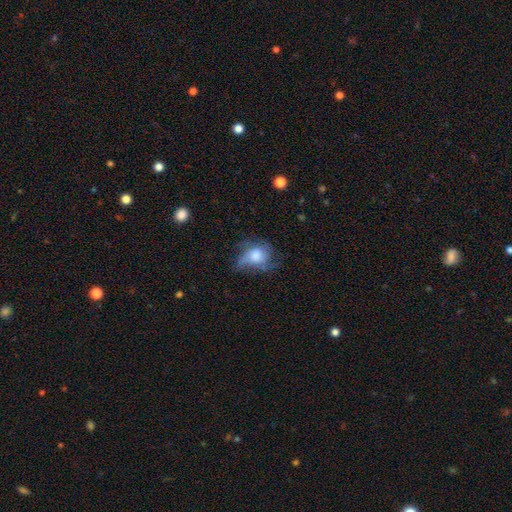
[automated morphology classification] This is possibly a smooth galaxy (58%). How rounded: possibly in between (56%). Merging: marginally none (39%).